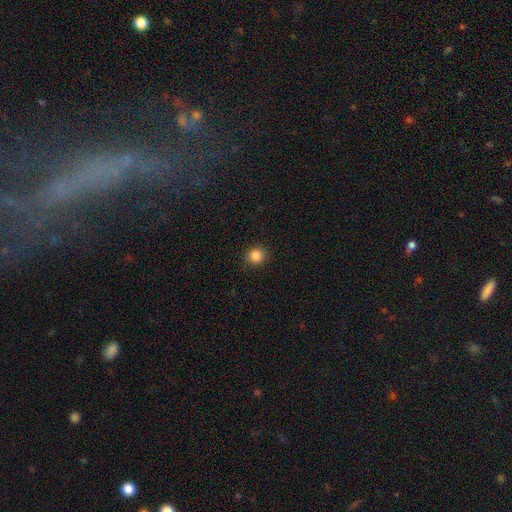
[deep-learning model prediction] A smooth galaxy with no disk features (85%) that is round (90%).

Vote fractions:
- Smooth or featured? smooth: 85% / star or artifact: 11% / featured or disk: 3%
- How rounded? round: 90% / in between: 9% / cigar-shaped: 1%
- Merging? none: 90% / minor disturbance: 7% / major disturbance: 2% / merger: 1%